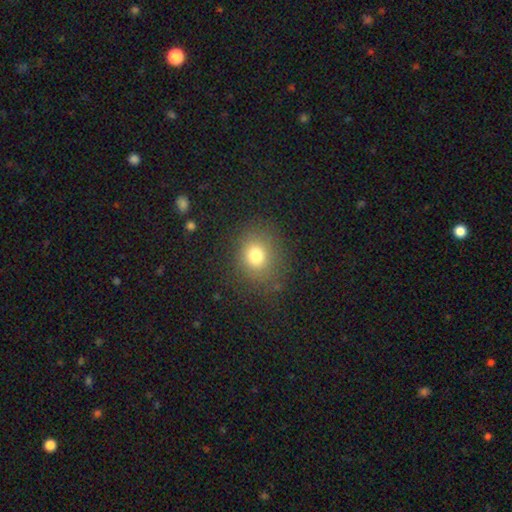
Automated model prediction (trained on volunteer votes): Q: Smooth or featured?
A: smooth (76%); runner-up: star or artifact (15%)
Q: How rounded?
A: round (73%); runner-up: in between (26%)
Q: Merging?
A: none (82%); runner-up: minor disturbance (11%)